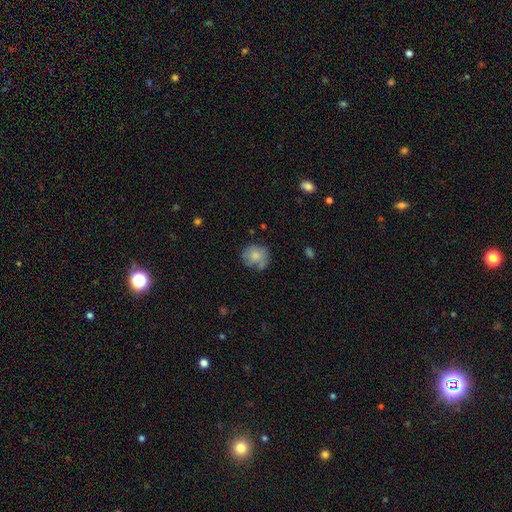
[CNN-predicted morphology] smooth 72%, featured or disk 19%, star or artifact 8%. Down the decision tree: how rounded — round (80%); merging — none (59%).